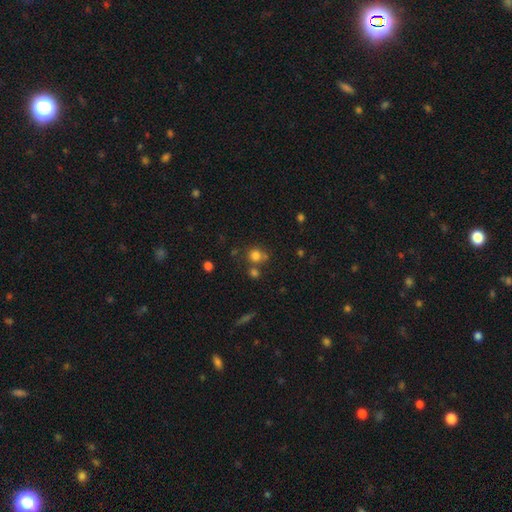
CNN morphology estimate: smooth 78%, star or artifact 15%, featured or disk 8%. Down the decision tree: how rounded — round (83%); merging — none (60%).